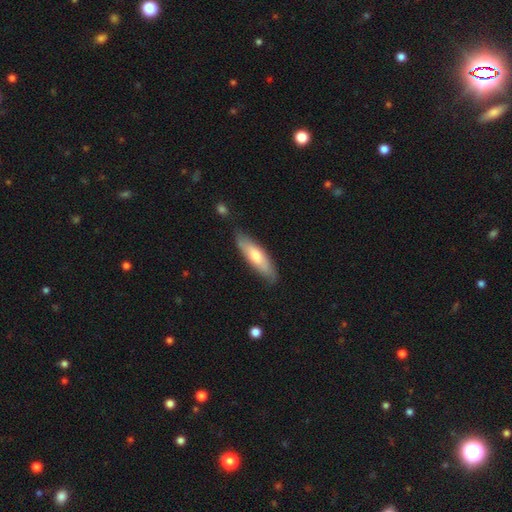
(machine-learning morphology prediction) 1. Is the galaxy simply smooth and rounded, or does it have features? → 60% smooth, 34% featured or disk, 6% star or artifact.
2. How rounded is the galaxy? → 62% cigar-shaped, 36% in between, 2% round.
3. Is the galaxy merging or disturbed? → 80% none, 16% minor disturbance, 3% major disturbance, 2% merger.